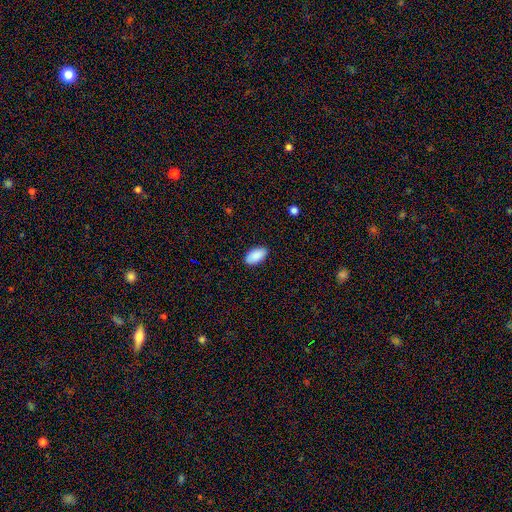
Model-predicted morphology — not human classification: smooth-or-featured: smooth: 89% | star or artifact: 6% | featured or disk: 4%
  how-rounded: in between: 95% | round: 3% | cigar-shaped: 2%
  merging: none: 88% | minor disturbance: 9% | major disturbance: 2% | merger: 1%